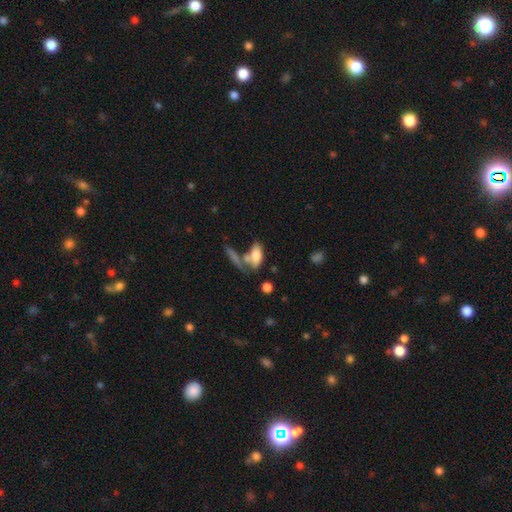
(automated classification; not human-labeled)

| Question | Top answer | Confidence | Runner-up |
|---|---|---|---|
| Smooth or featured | smooth | 74% | featured or disk (18%) |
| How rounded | in between | 84% | cigar-shaped (13%) |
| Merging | none | 40% | merger (38%) |